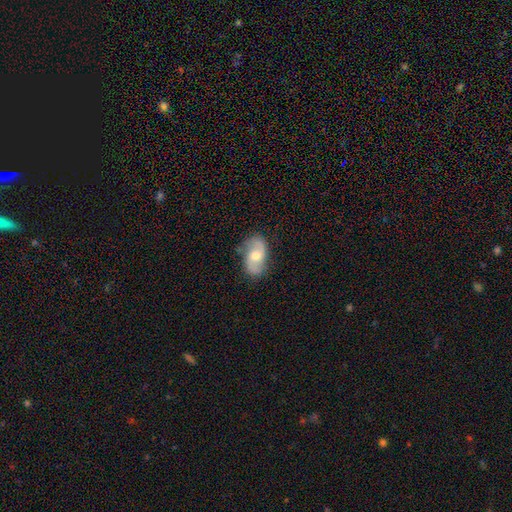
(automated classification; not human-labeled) Smooth or featured? Predicted: featured or disk (p=0.72). Edge-on disk? Predicted: no (p=0.97). Bar? Predicted: no (p=0.55). Spiral arms? Predicted: yes (p=0.93). Spiral winding? Predicted: loose (p=0.46). Spiral arm count? Predicted: 2 (p=0.90). Bulge size? Predicted: moderate (p=0.67). Merging? Predicted: none (p=0.77).